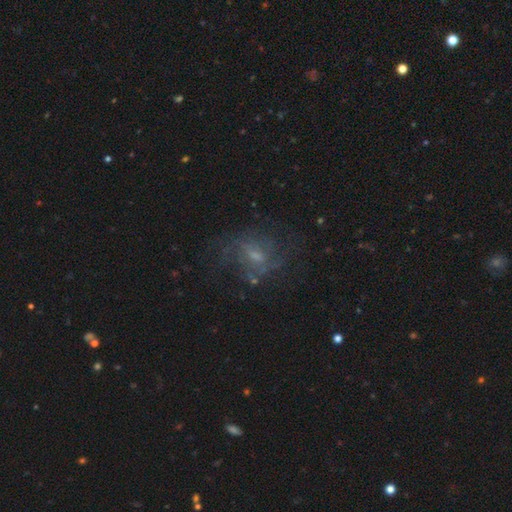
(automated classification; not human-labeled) A featured or disk galaxy (62%) with a weak bar (47%), spiral arms (72%) and a small central bulge (48%). Merging: none (58%).